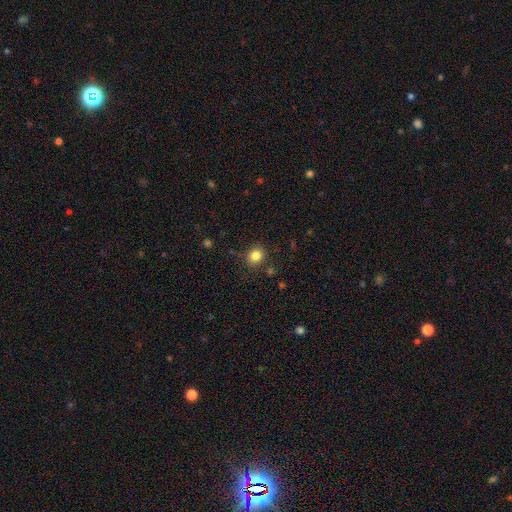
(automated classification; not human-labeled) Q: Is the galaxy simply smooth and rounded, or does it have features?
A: smooth — 83%.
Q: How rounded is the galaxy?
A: round — 80%.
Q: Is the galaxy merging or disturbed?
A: none — 86%.